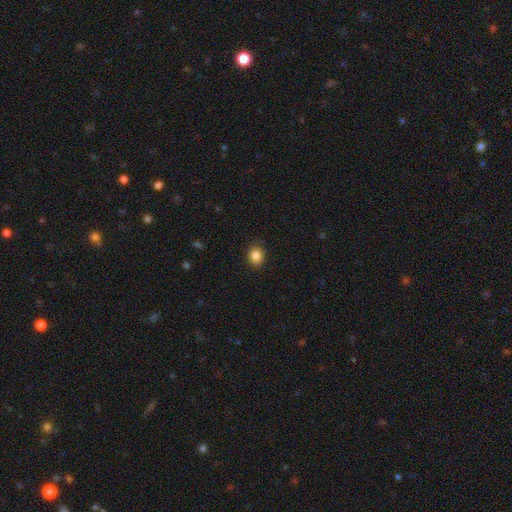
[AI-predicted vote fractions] Q: Smooth or featured?
A: smooth (86%); runner-up: star or artifact (10%)
Q: How rounded?
A: round (60%); runner-up: in between (39%)
Q: Merging?
A: none (89%); runner-up: minor disturbance (8%)